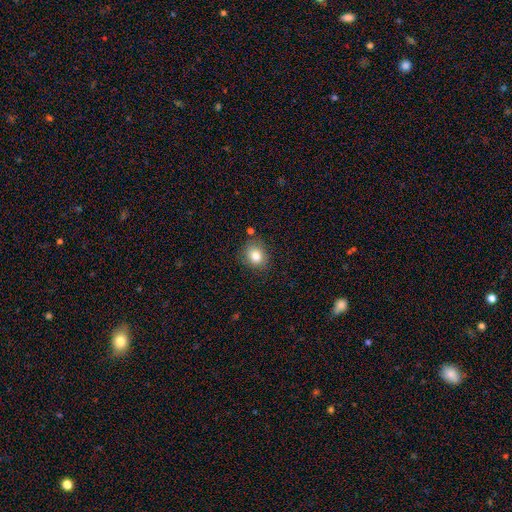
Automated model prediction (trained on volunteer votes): Smooth or featured? smooth (82%)
How rounded? round (58%)
Merging? none (77%)